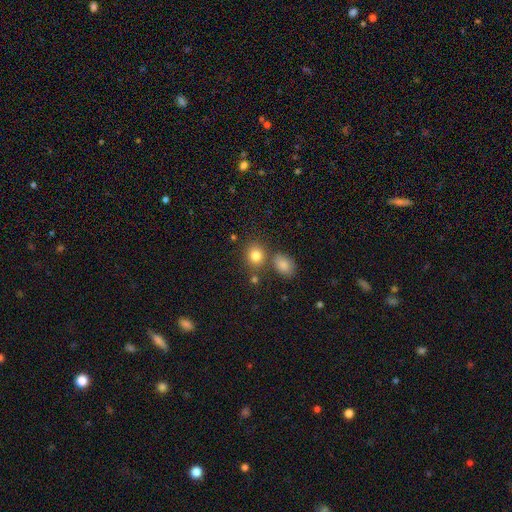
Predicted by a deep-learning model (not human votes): Overall: smooth (82%). How rounded: round (65%; in between 34%). Merging: none (67%).